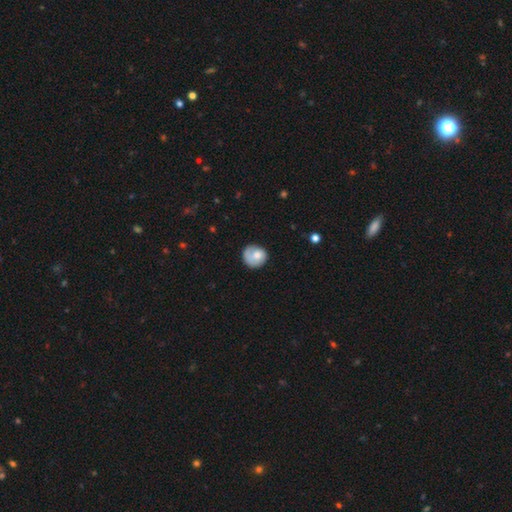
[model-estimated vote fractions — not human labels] Overall: smooth (67%). How rounded: round (83%). Merging: none (63%; minor disturbance 24%).